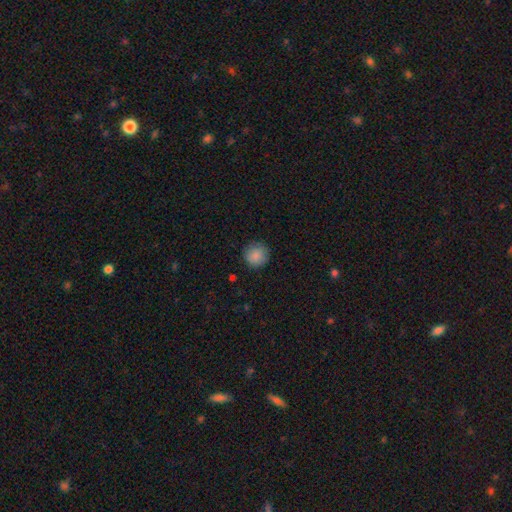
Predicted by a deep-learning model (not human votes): Smooth or featured? Predicted: smooth (p=0.87). How rounded? Predicted: round (p=0.94). Merging? Predicted: none (p=0.89).